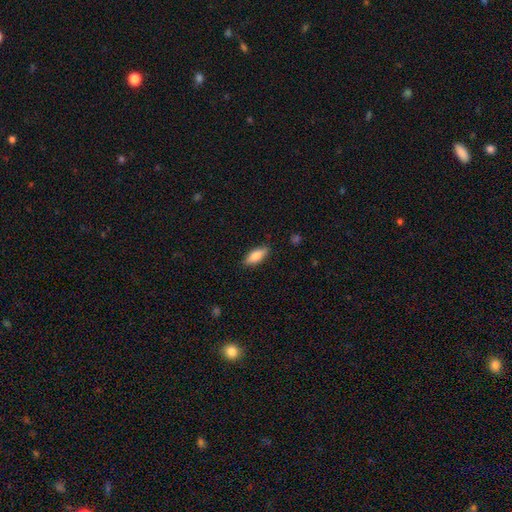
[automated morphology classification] Smooth or featured? Predicted: smooth (p=0.80). How rounded? Predicted: in between (p=0.79). Merging? Predicted: none (p=0.85).